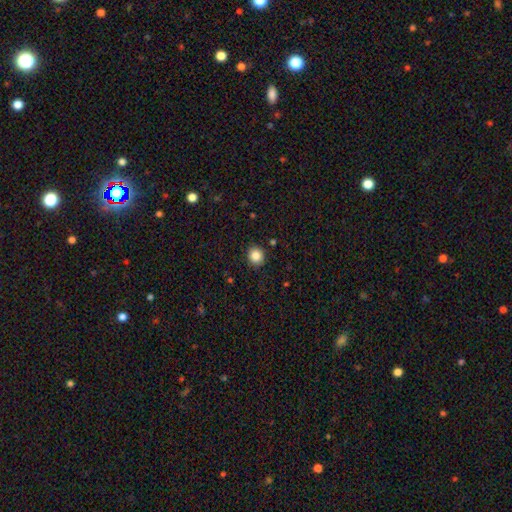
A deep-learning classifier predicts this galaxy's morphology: smooth_or_featured: smooth (p=0.85) [alt: star or artifact p=0.10]
how_rounded: round (p=0.87) [alt: in between p=0.12]
merging: none (p=0.91) [alt: minor disturbance p=0.06]